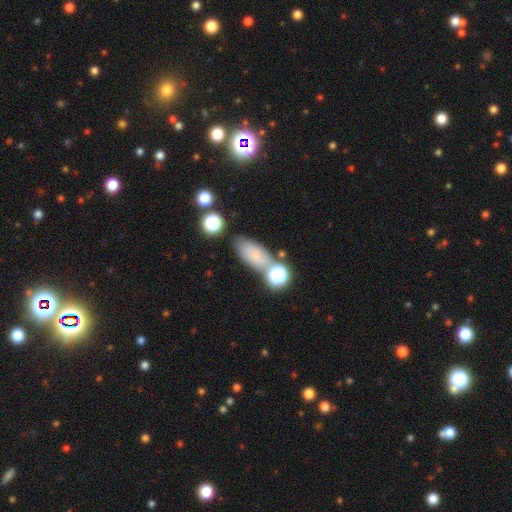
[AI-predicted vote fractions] Smooth or featured?
  - smooth: 70% *
  - star or artifact: 16%
  - featured or disk: 14%
How rounded?
  - in between: 80% *
  - cigar-shaped: 11%
  - round: 9%
Merging?
  - none: 63% *
  - minor disturbance: 16%
  - merger: 14%
  - major disturbance: 6%